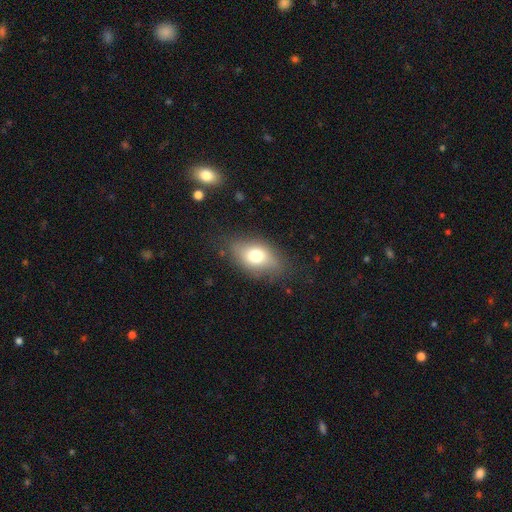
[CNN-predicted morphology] smooth-or-featured: smooth: 72% | featured or disk: 18% | star or artifact: 9%
  how-rounded: in between: 83% | round: 14% | cigar-shaped: 3%
  merging: none: 75% | minor disturbance: 18% | major disturbance: 6% | merger: 1%